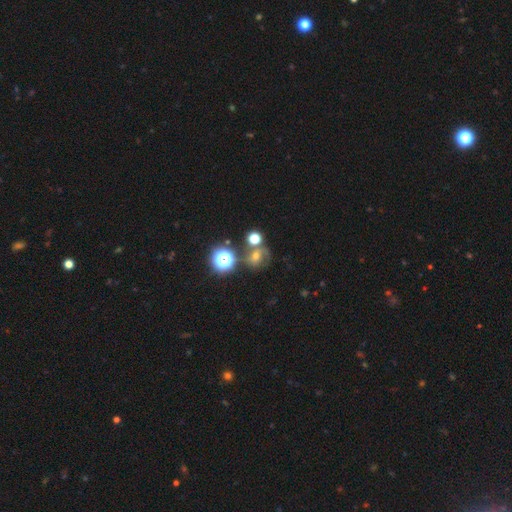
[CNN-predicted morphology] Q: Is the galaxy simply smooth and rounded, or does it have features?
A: featured or disk — 38%.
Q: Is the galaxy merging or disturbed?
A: none — 56%.